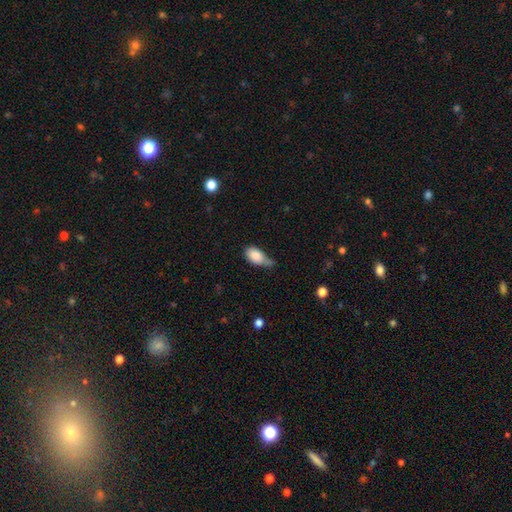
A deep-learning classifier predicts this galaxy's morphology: A smooth galaxy with no disk features (85%) that is in between round and cigar-shaped (89%). Merging: minor disturbance (41%).